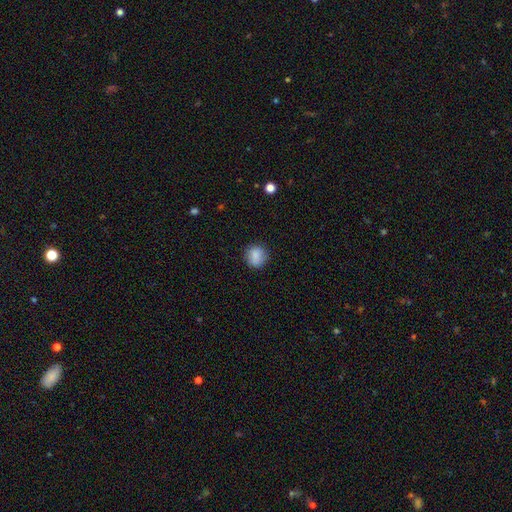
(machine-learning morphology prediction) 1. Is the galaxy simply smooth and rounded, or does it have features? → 86% smooth, 8% star or artifact, 6% featured or disk.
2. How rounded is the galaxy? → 83% round, 16% in between, 1% cigar-shaped.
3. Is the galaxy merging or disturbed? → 83% none, 13% minor disturbance, 3% major disturbance, 1% merger.